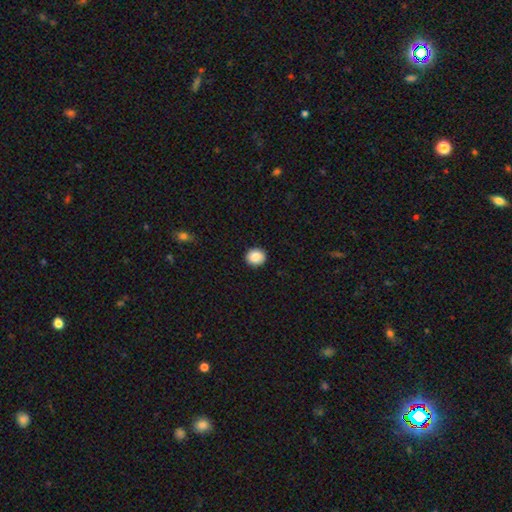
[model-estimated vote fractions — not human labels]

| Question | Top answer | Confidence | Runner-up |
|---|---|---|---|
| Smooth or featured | smooth | 85% | star or artifact (9%) |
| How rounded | round | 86% | in between (13%) |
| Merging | none | 92% | minor disturbance (5%) |